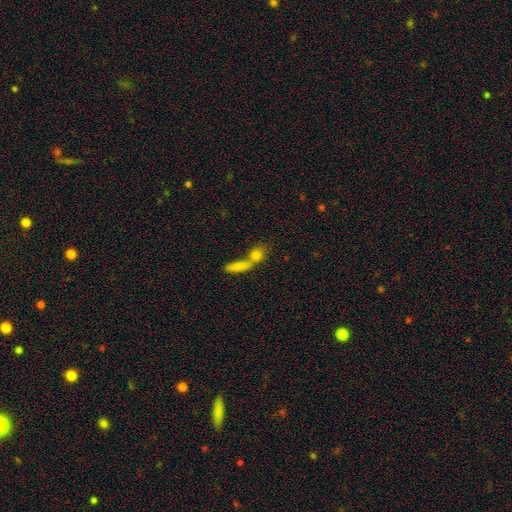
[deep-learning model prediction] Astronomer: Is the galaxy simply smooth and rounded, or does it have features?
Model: smooth — 76%.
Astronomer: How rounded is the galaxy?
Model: in between — 46% (runner-up: round, 38%).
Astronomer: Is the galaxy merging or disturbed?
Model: merger — 60%.